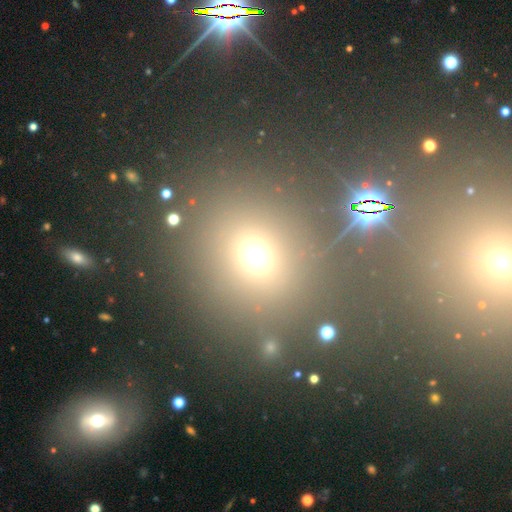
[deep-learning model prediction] Smooth or featured? smooth (52%)
How rounded? round (78%)
Merging? none (81%)